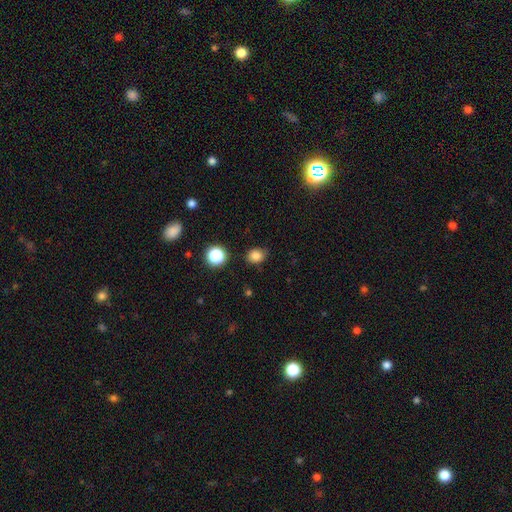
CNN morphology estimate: smooth-or-featured: smooth: 82% | star or artifact: 13% | featured or disk: 5%
  how-rounded: round: 53% | in between: 46% | cigar-shaped: 1%
  merging: none: 79% | minor disturbance: 16% | major disturbance: 3% | merger: 2%